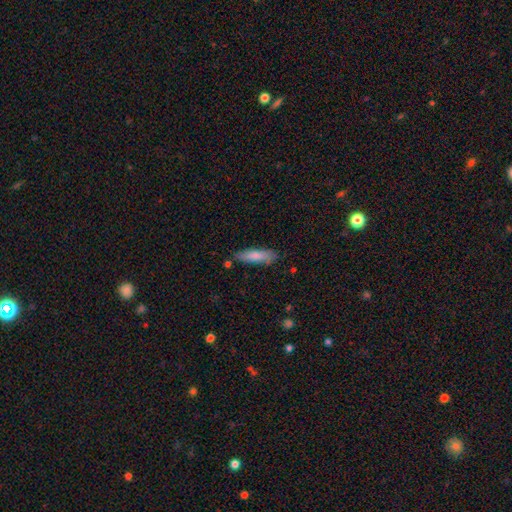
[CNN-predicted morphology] Smooth or featured? Predicted: smooth (p=0.80). How rounded? Predicted: cigar-shaped (p=0.64). Merging? Predicted: none (p=0.76).